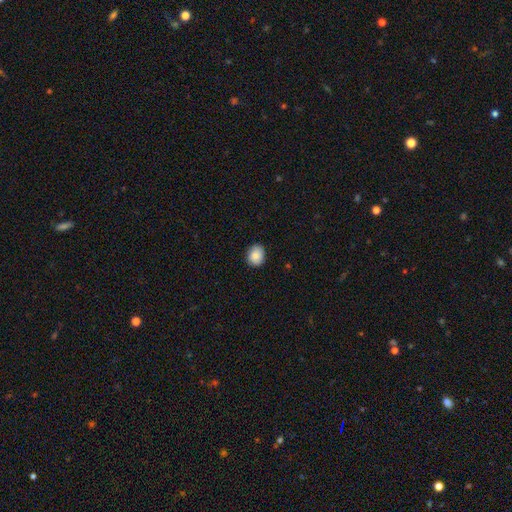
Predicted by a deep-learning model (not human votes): This appears to be a smooth galaxy with no disk features (87%) that is round (61%). Merging: none (87%).